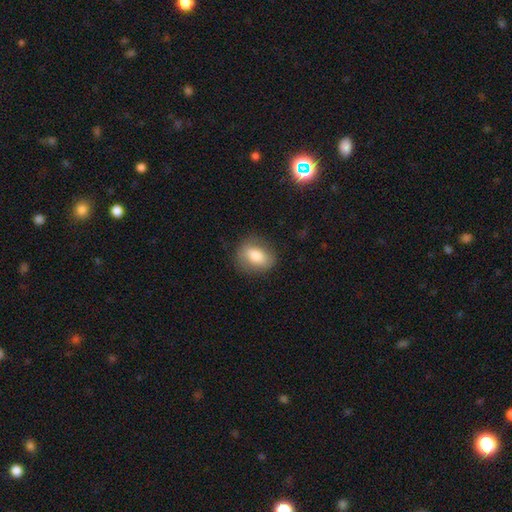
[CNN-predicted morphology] smooth_or_featured: smooth (p=0.75) [alt: featured or disk p=0.17]
how_rounded: in between (p=0.62) [alt: round p=0.37]
merging: none (p=0.81) [alt: minor disturbance p=0.14]